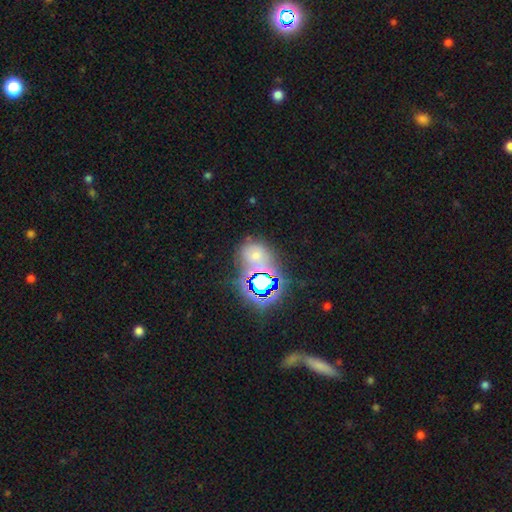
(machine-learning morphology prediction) Smooth or featured?
  - star or artifact: 48% *
  - smooth: 39%
  - featured or disk: 13%